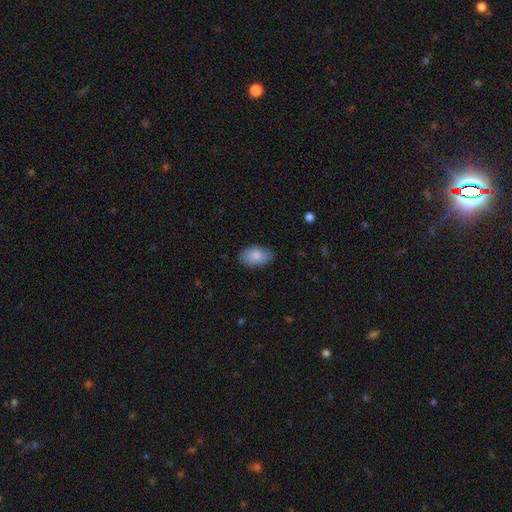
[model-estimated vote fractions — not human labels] smooth-or-featured: smooth: 86% | featured or disk: 8% | star or artifact: 6%
  how-rounded: in between: 92% | round: 6% | cigar-shaped: 1%
  merging: none: 83% | minor disturbance: 13% | major disturbance: 3% | merger: 1%